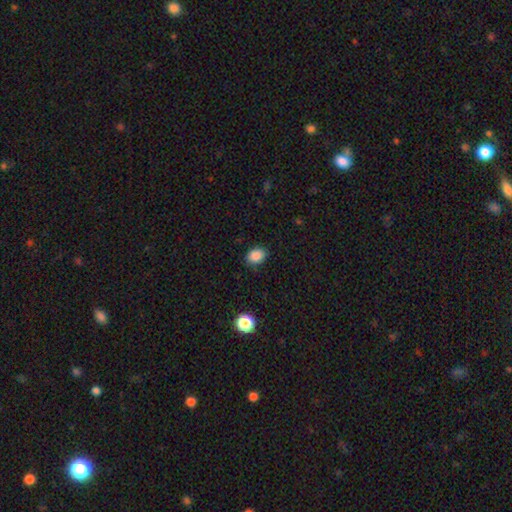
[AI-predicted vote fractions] Smooth or featured? Predicted: smooth (p=0.87). How rounded? Predicted: in between (p=0.71). Merging? Predicted: none (p=0.85).